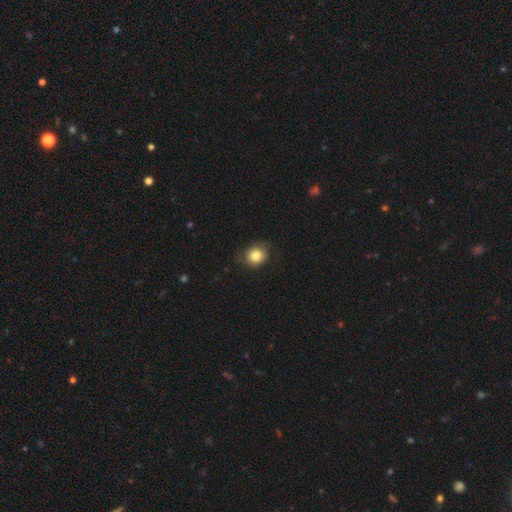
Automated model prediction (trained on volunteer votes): This appears to be a smooth galaxy with no disk features (82%) that is round (73%). Merging: none (72%).